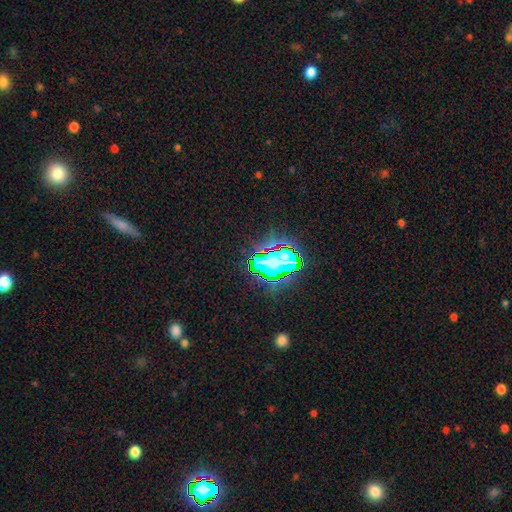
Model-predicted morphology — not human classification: smooth-or-featured: star or artifact: 79% | smooth: 13% | featured or disk: 9%